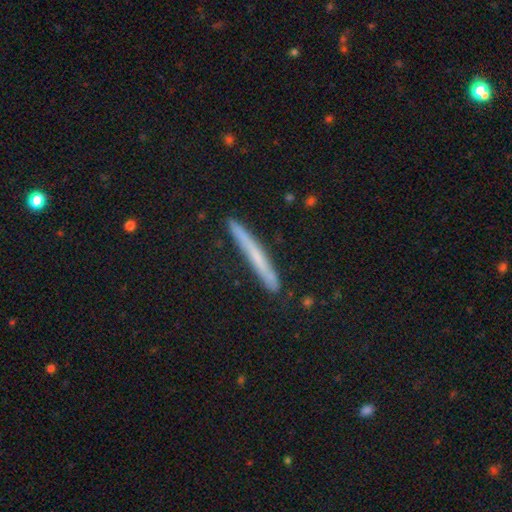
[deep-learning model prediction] Morphology: type=smooth (52%); roundness=cigar-shaped (97%); merging=none (86%).